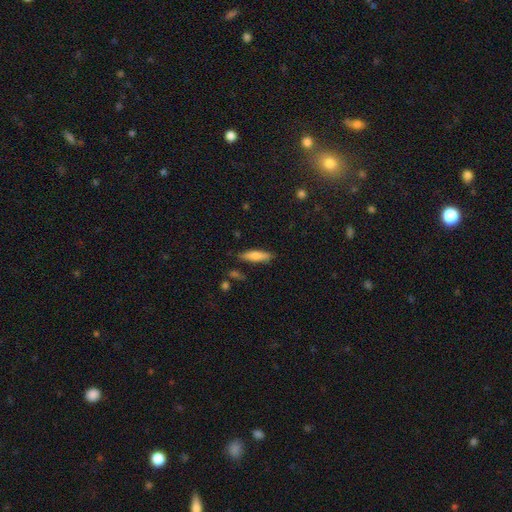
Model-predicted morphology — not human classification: A smooth galaxy with no disk features (74%) that is cigar-shaped (68%).

Vote fractions:
- Smooth or featured? smooth: 74% / featured or disk: 19% / star or artifact: 7%
- How rounded? cigar-shaped: 68% / in between: 30% / round: 2%
- Merging? none: 79% / minor disturbance: 14% / major disturbance: 3% / merger: 3%